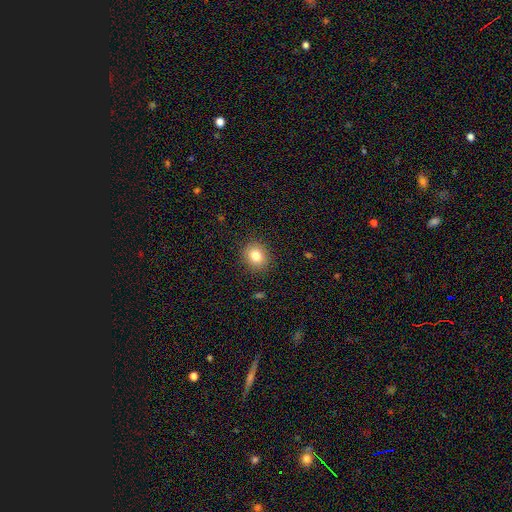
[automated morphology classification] Smooth or featured?
  - smooth: 81% *
  - star or artifact: 11%
  - featured or disk: 8%
How rounded?
  - round: 73% *
  - in between: 26%
  - cigar-shaped: 1%
Merging?
  - none: 89% *
  - minor disturbance: 7%
  - major disturbance: 2%
  - merger: 1%